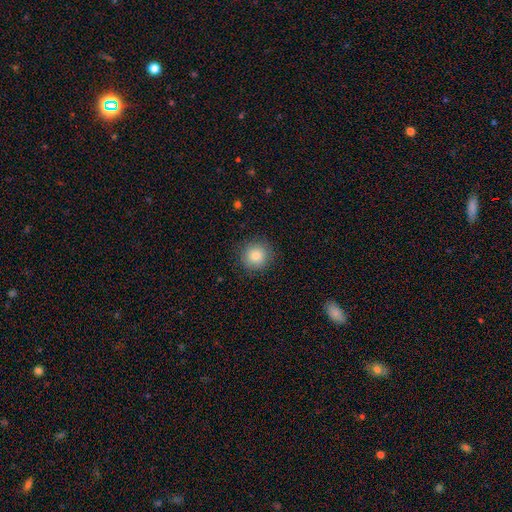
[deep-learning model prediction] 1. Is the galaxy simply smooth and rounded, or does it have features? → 83% smooth, 10% star or artifact, 8% featured or disk.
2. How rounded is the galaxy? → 93% round, 6% in between, 1% cigar-shaped.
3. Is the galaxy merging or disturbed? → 88% none, 8% minor disturbance, 2% major disturbance, 1% merger.